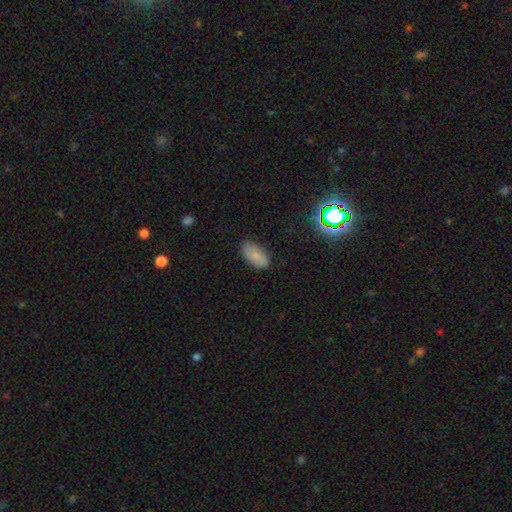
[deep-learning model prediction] Morphology: type=smooth (77%); roundness=in between (94%); merging=none (81%).